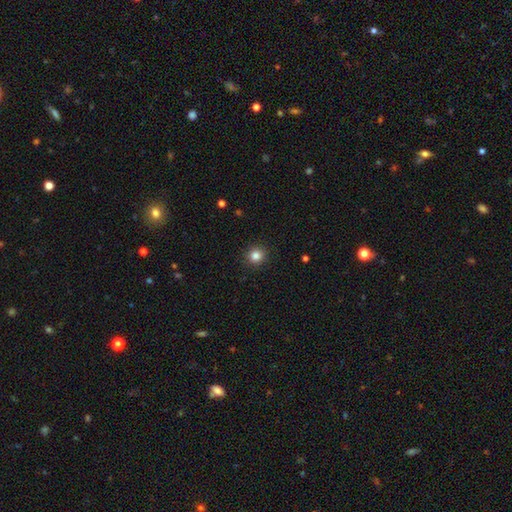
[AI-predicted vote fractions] This appears to be a smooth galaxy with no disk features (84%) that is round (91%). Merging: none (92%).